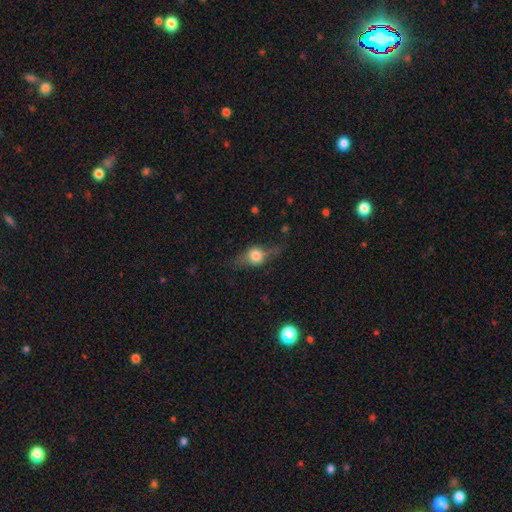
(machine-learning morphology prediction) This appears to be a smooth galaxy with no disk features (47%). Merging: none (62%).